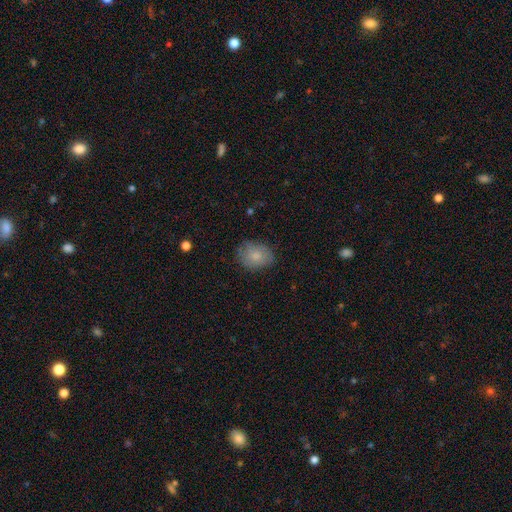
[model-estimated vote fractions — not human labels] Q: Smooth or featured?
A: smooth (80%); runner-up: featured or disk (13%)
Q: How rounded?
A: in between (64%); runner-up: round (35%)
Q: Merging?
A: none (76%); runner-up: minor disturbance (19%)